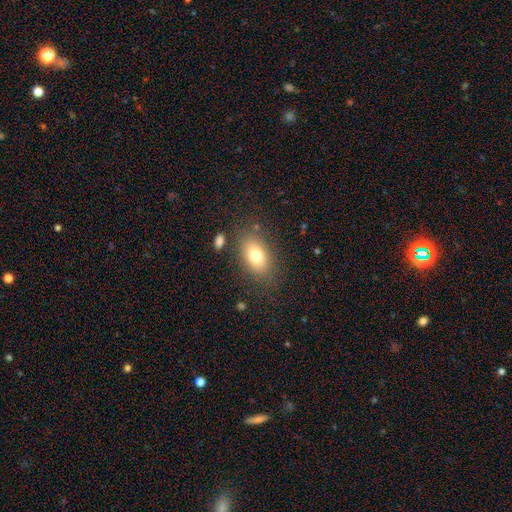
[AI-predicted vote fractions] smooth 77%, featured or disk 14%, star or artifact 10%. Down the decision tree: how rounded — in between (85%); merging — none (79%).